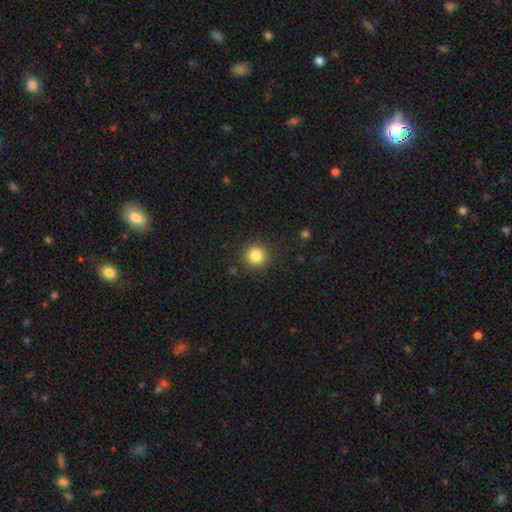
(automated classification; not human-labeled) The model was most divided on "smooth or featured": smooth: 84%, star or artifact: 11%, featured or disk: 5%. More confident: how rounded — round (94%); merging — none (90%).